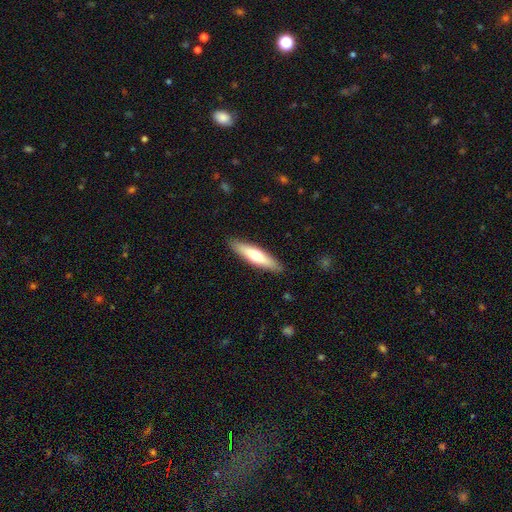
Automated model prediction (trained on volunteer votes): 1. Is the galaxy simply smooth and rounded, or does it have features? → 59% smooth, 36% featured or disk, 5% star or artifact.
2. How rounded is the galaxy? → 77% cigar-shaped, 22% in between, 1% round.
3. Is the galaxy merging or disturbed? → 89% none, 8% minor disturbance, 2% major disturbance, 1% merger.